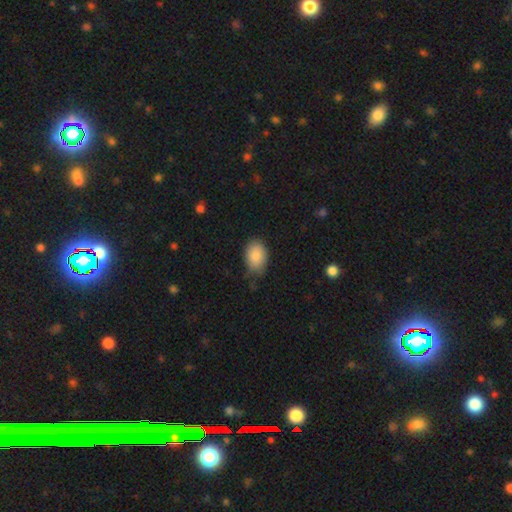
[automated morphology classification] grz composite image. It shows a smooth galaxy with no disk features (87%) that is in between round and cigar-shaped (83%). Merging: none (70%).